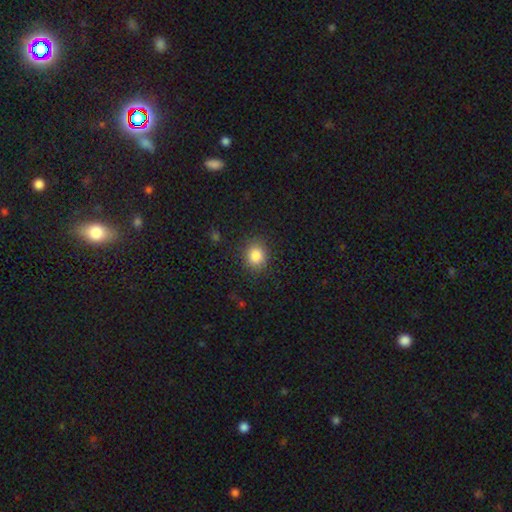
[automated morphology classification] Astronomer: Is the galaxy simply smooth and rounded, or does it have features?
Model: smooth — 84%.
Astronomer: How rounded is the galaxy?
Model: round — 72%.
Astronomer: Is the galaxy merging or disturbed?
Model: none — 87%.